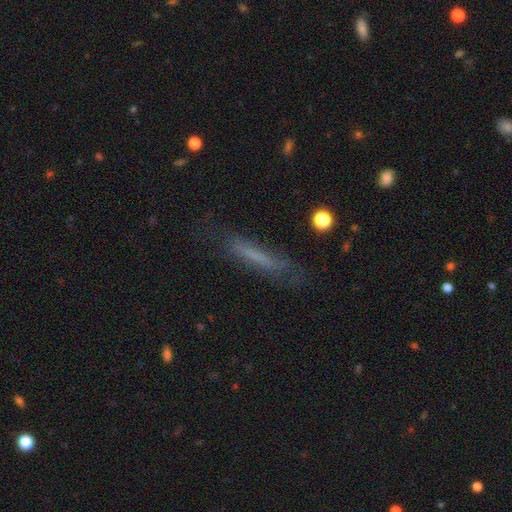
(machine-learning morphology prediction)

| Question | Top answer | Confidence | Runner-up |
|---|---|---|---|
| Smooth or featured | smooth | 55% | featured or disk (34%) |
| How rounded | cigar-shaped | 90% | in between (8%) |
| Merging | none | 71% | minor disturbance (19%) |